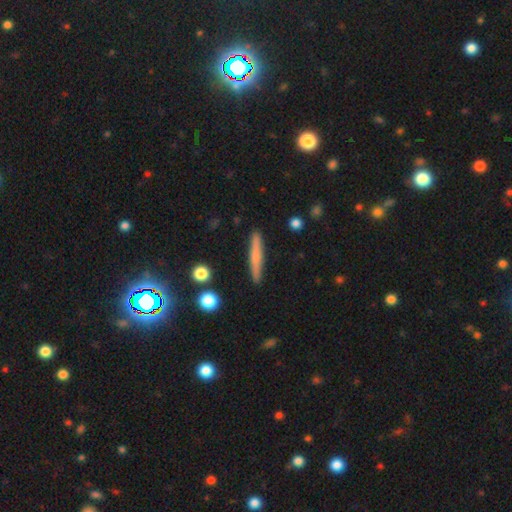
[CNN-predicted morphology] A smooth galaxy with no disk features (62%) that is cigar-shaped (94%).

Vote fractions:
- Smooth or featured? smooth: 62% / featured or disk: 31% / star or artifact: 7%
- How rounded? cigar-shaped: 94% / in between: 5% / round: 2%
- Merging? none: 90% / minor disturbance: 7% / major disturbance: 2% / merger: 2%